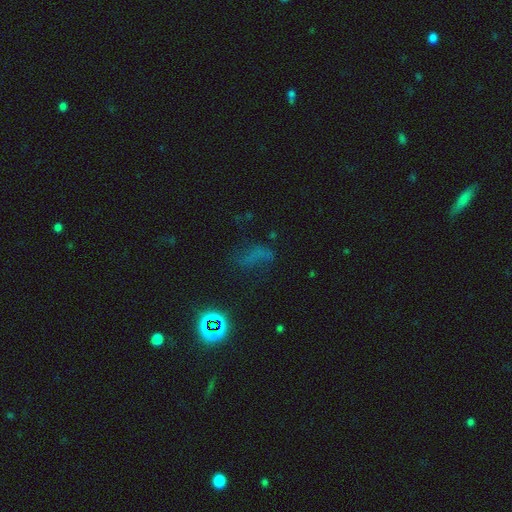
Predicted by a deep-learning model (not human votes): A star or artifact, not a galaxy (43%).

Vote fractions:
- Smooth or featured? star or artifact: 43% / smooth: 34% / featured or disk: 23%